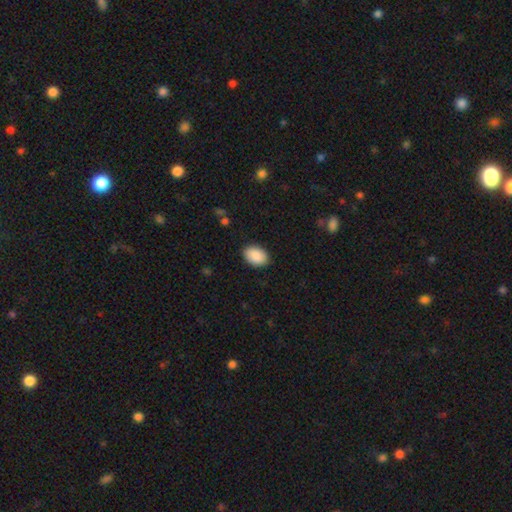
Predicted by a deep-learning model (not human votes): smooth_or_featured: smooth (p=0.91) [alt: star or artifact p=0.06]
how_rounded: in between (p=0.84) [alt: round p=0.15]
merging: none (p=0.89) [alt: minor disturbance p=0.08]